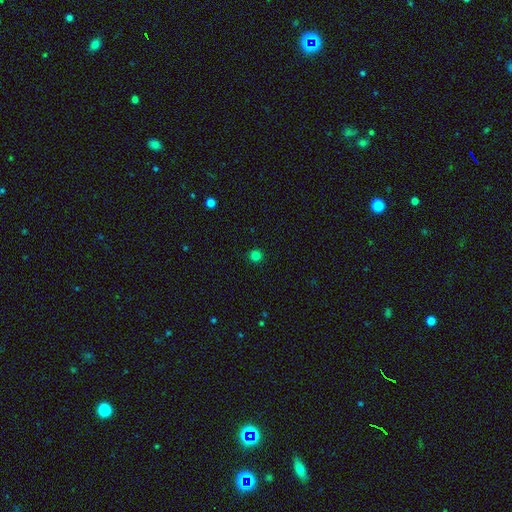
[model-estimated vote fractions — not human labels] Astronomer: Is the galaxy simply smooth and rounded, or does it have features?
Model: smooth — 80%.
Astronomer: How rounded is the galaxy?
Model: round — 95%.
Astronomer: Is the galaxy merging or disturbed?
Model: none — 92%.